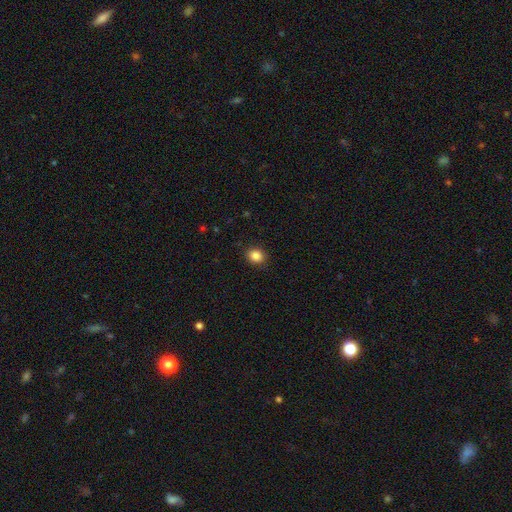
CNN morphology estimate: This is clearly a smooth galaxy (86%). How rounded: likely round (66%). Merging: clearly none (90%).